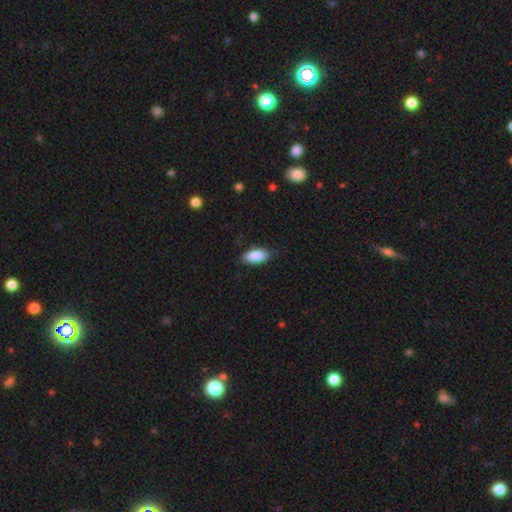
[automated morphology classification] type=smooth (87%); roundness=in between (91%); merging=none (78%).